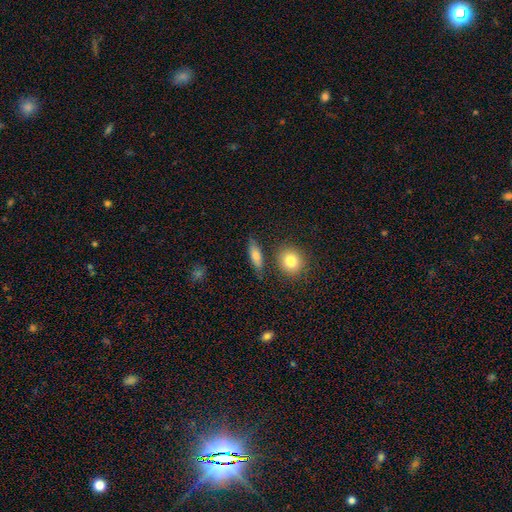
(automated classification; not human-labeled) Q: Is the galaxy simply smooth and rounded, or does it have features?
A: smooth — 76%.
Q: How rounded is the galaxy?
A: in between — 57%.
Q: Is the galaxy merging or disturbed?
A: none — 77%.